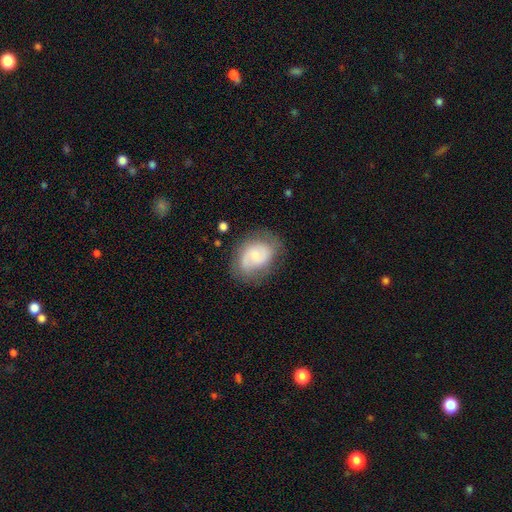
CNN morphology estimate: This is likely a featured or disk galaxy (61%). It is clearly not viewed edge-on (97%). Bar: likely no (61%). Spiral arm pattern: clearly yes (83%). Central bulge: possibly small (54%). Merging: likely none (69%).